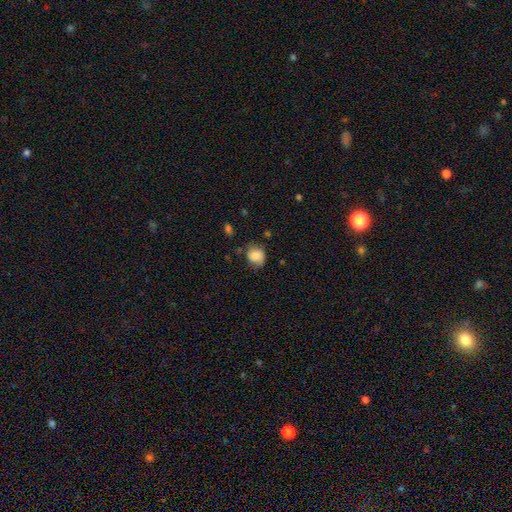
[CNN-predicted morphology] A smooth galaxy with no disk features (83%) that is round (63%).

Vote fractions:
- Smooth or featured? smooth: 83% / featured or disk: 9% / star or artifact: 8%
- How rounded? round: 63% / in between: 36% / cigar-shaped: 1%
- Merging? none: 61% / minor disturbance: 29% / major disturbance: 7% / merger: 3%